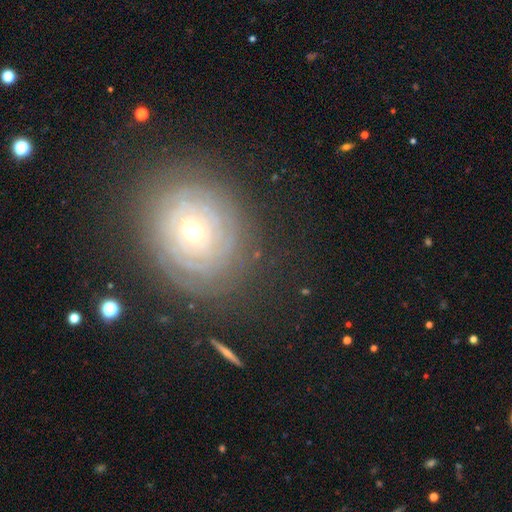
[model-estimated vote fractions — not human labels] Overall: featured or disk (63%). Edge-on disk: no (95%). Bar: no (72%). Spiral arms: yes (81%). Bulge size: small (59%; moderate 36%). Merging: none (82%).